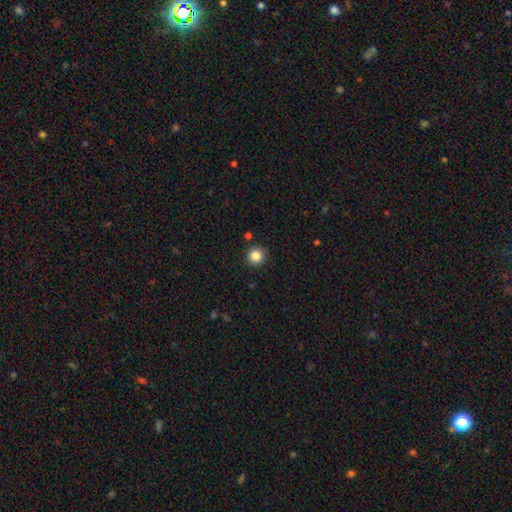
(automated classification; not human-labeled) Q: Smooth or featured?
A: smooth (84%); runner-up: star or artifact (11%)
Q: How rounded?
A: round (95%); runner-up: in between (4%)
Q: Merging?
A: none (91%); runner-up: minor disturbance (5%)